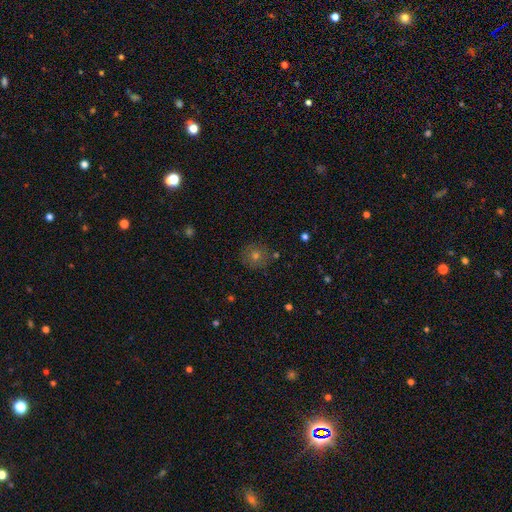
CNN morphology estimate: Smooth or featured?
  - smooth: 58% *
  - star or artifact: 24%
  - featured or disk: 18%
How rounded?
  - round: 92% *
  - in between: 7%
  - cigar-shaped: 1%
Merging?
  - none: 85% *
  - minor disturbance: 9%
  - major disturbance: 3%
  - merger: 2%